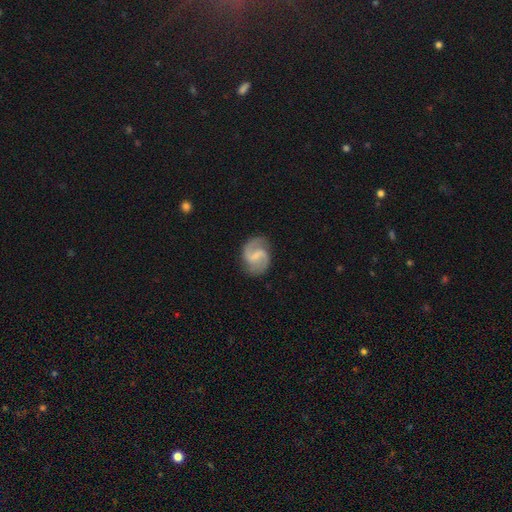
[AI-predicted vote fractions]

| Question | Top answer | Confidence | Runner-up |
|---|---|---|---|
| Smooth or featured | featured or disk | 85% | smooth (10%) |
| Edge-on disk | no | 98% | yes (2%) |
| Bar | weak | 56% | strong (24%) |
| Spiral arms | yes | 97% | no (3%) |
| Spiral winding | medium | 54% | loose (31%) |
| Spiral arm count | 2 | 92% | can't tell (3%) |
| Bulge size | small | 52% | none (27%) |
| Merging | none | 81% | minor disturbance (14%) |